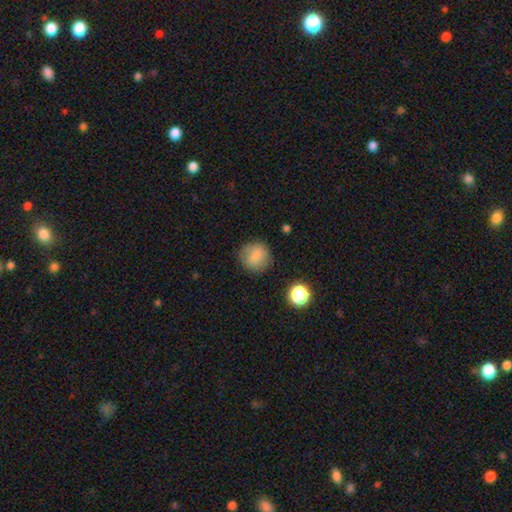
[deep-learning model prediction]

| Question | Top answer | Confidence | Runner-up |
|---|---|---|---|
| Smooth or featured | smooth | 79% | star or artifact (11%) |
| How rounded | round | 85% | in between (14%) |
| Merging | none | 81% | minor disturbance (13%) |